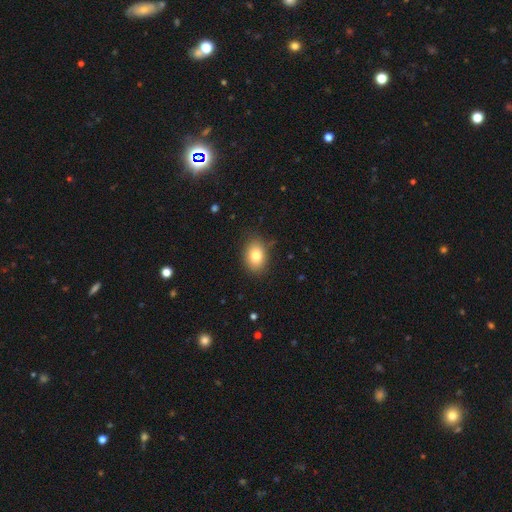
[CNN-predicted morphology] smooth_or_featured: smooth (p=0.81) [alt: featured or disk p=0.10]
how_rounded: in between (p=0.74) [alt: round p=0.25]
merging: none (p=0.84) [alt: minor disturbance p=0.12]